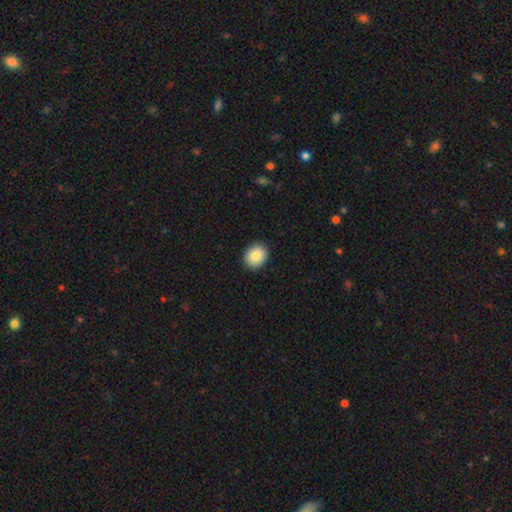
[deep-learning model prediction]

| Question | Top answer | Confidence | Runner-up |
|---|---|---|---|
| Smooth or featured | smooth | 86% | star or artifact (7%) |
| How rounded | round | 56% | in between (43%) |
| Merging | none | 91% | minor disturbance (7%) |